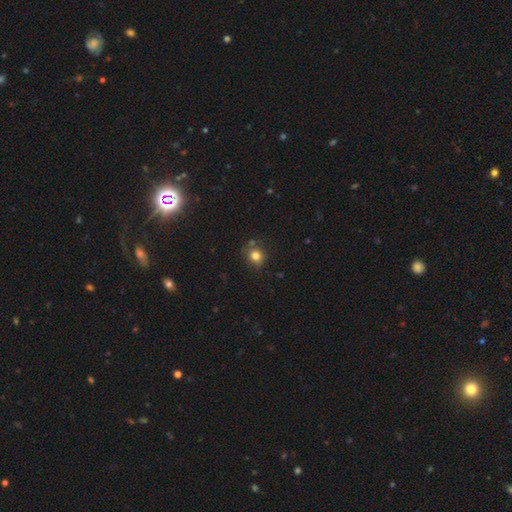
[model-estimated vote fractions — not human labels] The model was most divided on "merging": none: 75%, minor disturbance: 14%, merger: 8%, major disturbance: 4%. More confident: how rounded — round (83%); smooth or featured — smooth (81%).